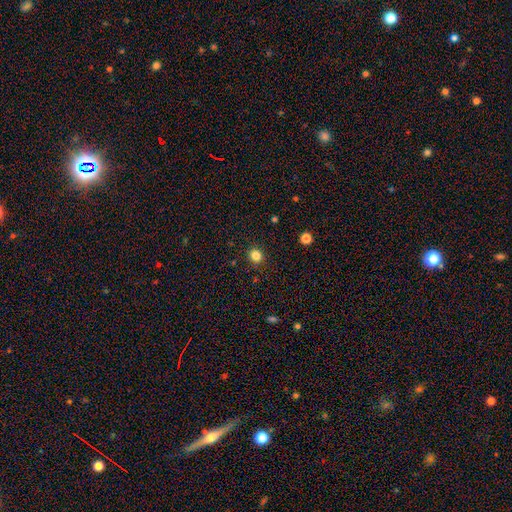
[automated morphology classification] smooth-or-featured: smooth: 84% | star or artifact: 12% | featured or disk: 4%
  how-rounded: round: 83% | in between: 16% | cigar-shaped: 1%
  merging: none: 91% | minor disturbance: 6% | major disturbance: 2% | merger: 1%